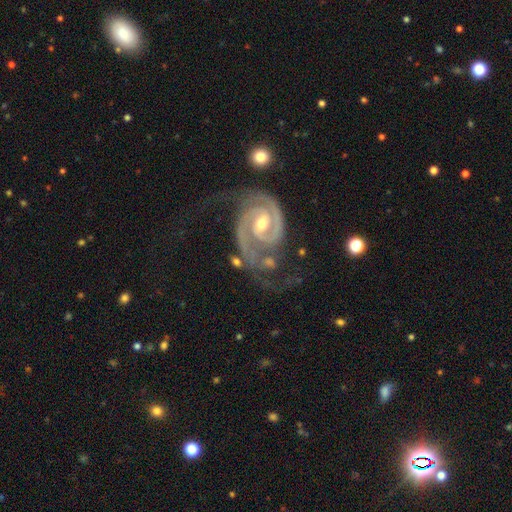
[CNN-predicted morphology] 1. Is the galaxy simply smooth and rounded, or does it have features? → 92% featured or disk, 5% star or artifact, 3% smooth.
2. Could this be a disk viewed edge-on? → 98% no, 2% yes.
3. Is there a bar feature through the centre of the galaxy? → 41% no, 37% weak, 22% strong.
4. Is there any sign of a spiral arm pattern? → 98% yes, 2% no.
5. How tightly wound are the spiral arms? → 49% tight, 41% medium, 9% loose.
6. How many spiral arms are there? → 85% 2, 5% 3, 4% can't tell, 3% 1, 2% 4, 2% more than 4.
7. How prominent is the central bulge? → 56% moderate, 39% small, 3% large, 1% none, 1% dominant.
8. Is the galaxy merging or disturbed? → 57% none, 20% minor disturbance, 19% major disturbance, 4% merger.